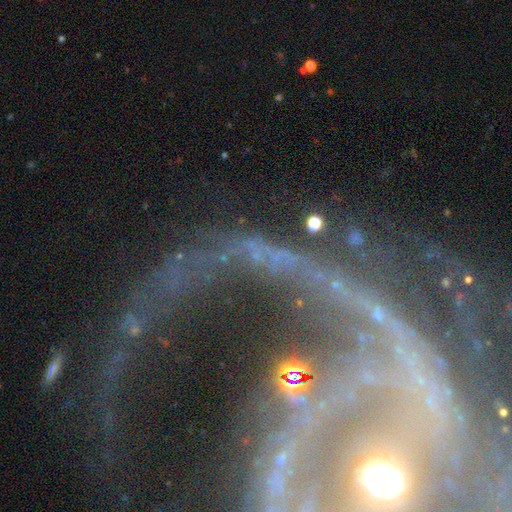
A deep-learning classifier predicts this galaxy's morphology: This is possibly a featured or disk galaxy (48%). Merging: possibly none (49%).